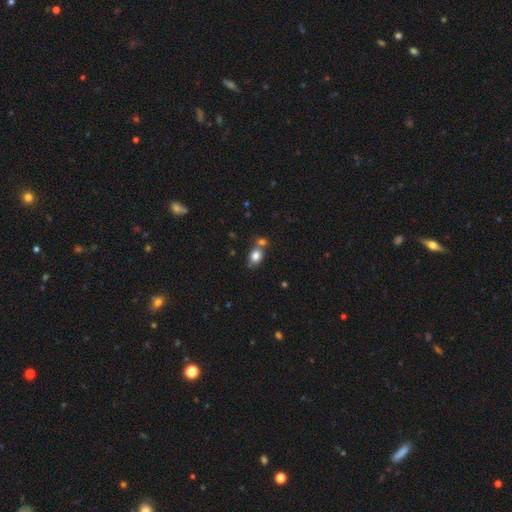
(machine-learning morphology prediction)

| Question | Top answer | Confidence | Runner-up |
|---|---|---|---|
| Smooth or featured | smooth | 81% | star or artifact (10%) |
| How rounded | in between | 60% | round (38%) |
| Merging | none | 54% | merger (29%) |